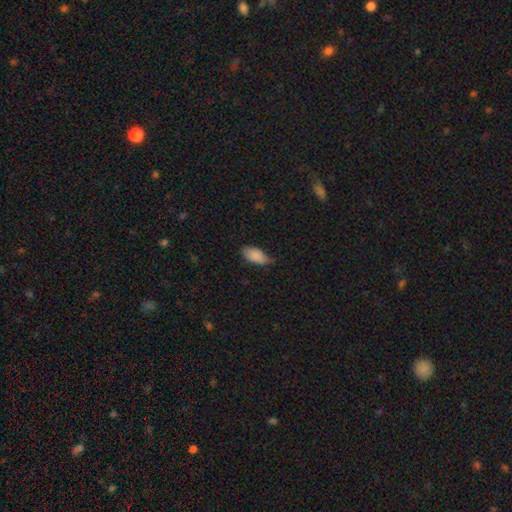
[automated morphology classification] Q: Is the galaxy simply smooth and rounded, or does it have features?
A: smooth — 86%.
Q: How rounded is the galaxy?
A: in between — 93%.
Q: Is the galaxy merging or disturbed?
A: none — 53%.